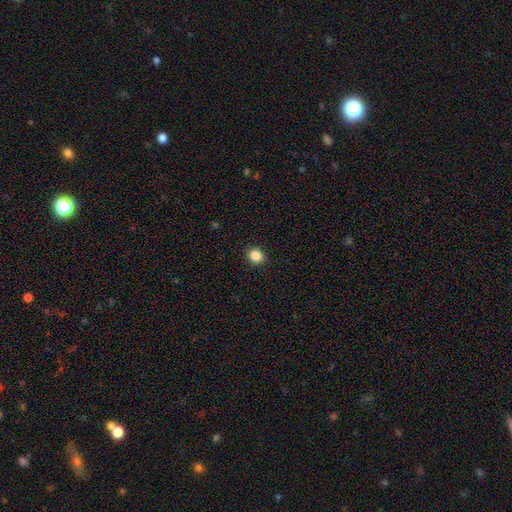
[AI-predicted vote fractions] Overall: smooth (86%). How rounded: round (80%). Merging: none (92%).